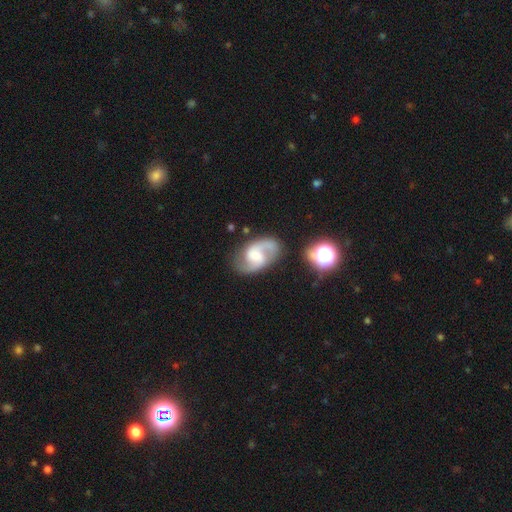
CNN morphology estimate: This is clearly a featured or disk galaxy (83%). It is clearly not viewed edge-on (97%). Bar: possibly weak (49%). Spiral arm pattern: clearly yes (97%). Spiral arm count: clearly 2 (90%). Spiral winding: possibly medium (55%). Central bulge: marginally moderate (42%). Merging: likely none (74%).